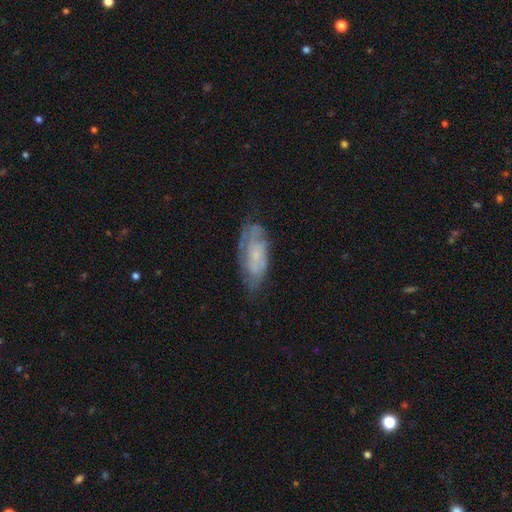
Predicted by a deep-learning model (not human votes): The model was most divided on "smooth or featured": featured or disk: 64%, smooth: 28%, star or artifact: 8%. More confident: edge-on disk — no (89%); spiral arms — yes (82%); bar — no (73%); merging — none (64%); bulge size — small (62%).